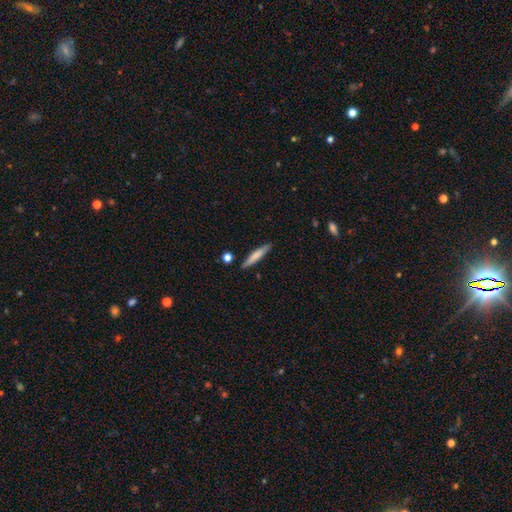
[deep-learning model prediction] This appears to be a smooth galaxy with no disk features (69%) that is cigar-shaped (93%). Merging: none (87%).